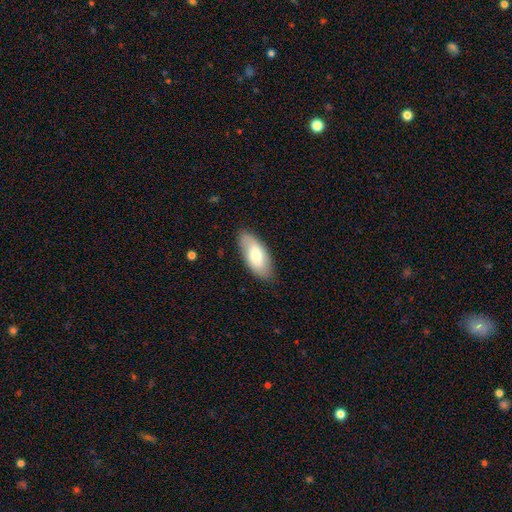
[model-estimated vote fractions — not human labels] smooth_or_featured: smooth (p=0.69) [alt: featured or disk p=0.25]
how_rounded: in between (p=0.89) [alt: cigar-shaped p=0.08]
merging: none (p=0.83) [alt: minor disturbance p=0.13]